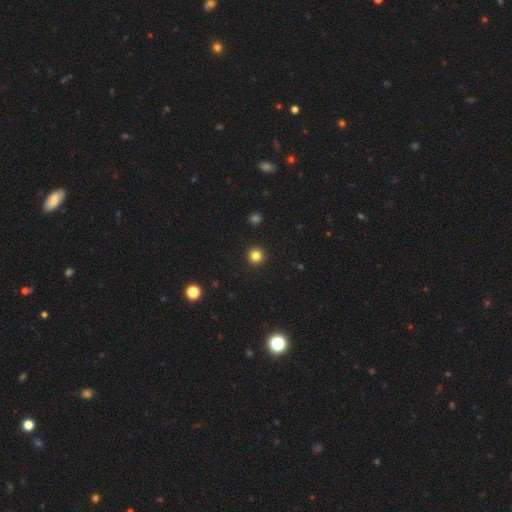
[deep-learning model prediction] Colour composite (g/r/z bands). It shows a smooth galaxy with no disk features (83%) that is round (96%). Merging: none (94%).